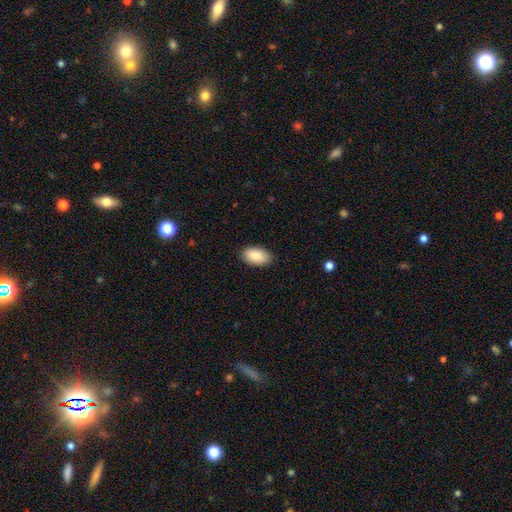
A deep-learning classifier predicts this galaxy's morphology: Smooth or featured: smooth — 88% (star or artifact — 6%)
How rounded: in between — 95% (round — 4%)
Merging: none — 88% (minor disturbance — 9%)